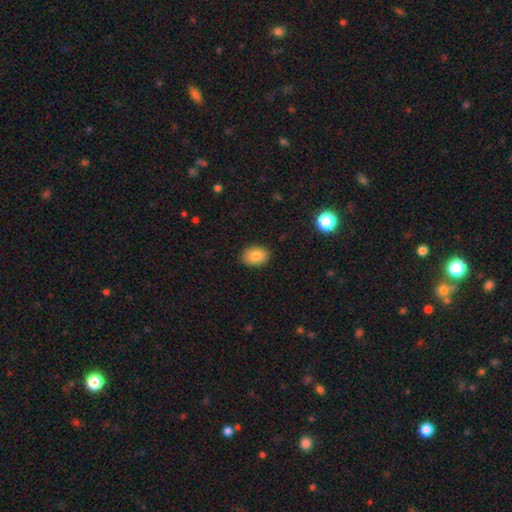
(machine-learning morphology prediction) smooth 84%, star or artifact 9%, featured or disk 7%. Down the decision tree: how rounded — in between (78%); merging — none (88%).